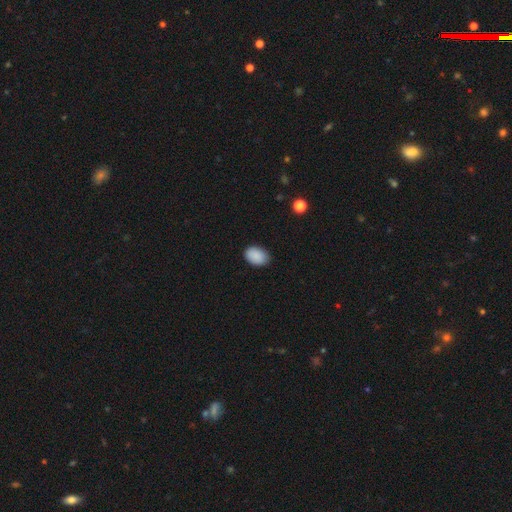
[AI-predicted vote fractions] smooth 89%, star or artifact 7%, featured or disk 3%. Down the decision tree: how rounded — in between (84%); merging — none (85%).